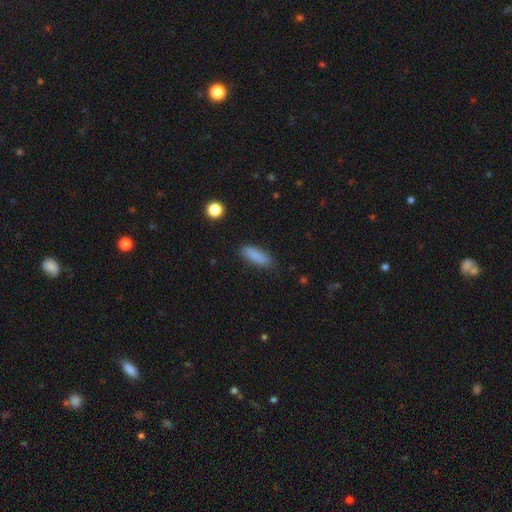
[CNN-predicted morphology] Smooth or featured?
  - smooth: 86% *
  - star or artifact: 7%
  - featured or disk: 7%
How rounded?
  - in between: 57% *
  - cigar-shaped: 41%
  - round: 2%
Merging?
  - none: 84% *
  - minor disturbance: 12%
  - major disturbance: 3%
  - merger: 1%